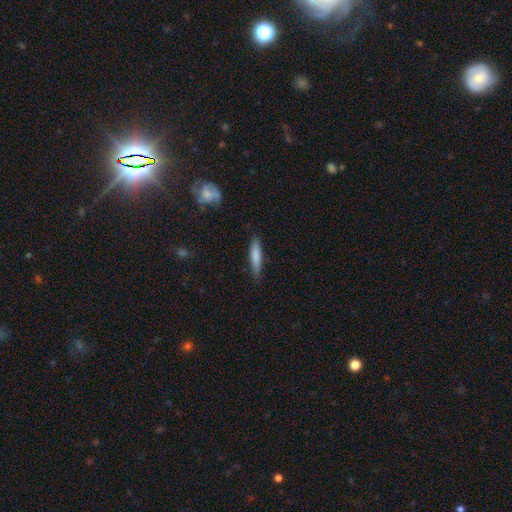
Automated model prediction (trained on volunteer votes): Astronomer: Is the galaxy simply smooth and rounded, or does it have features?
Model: smooth — 78%.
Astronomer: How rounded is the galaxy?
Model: cigar-shaped — 83%.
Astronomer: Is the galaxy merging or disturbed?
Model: none — 84%.